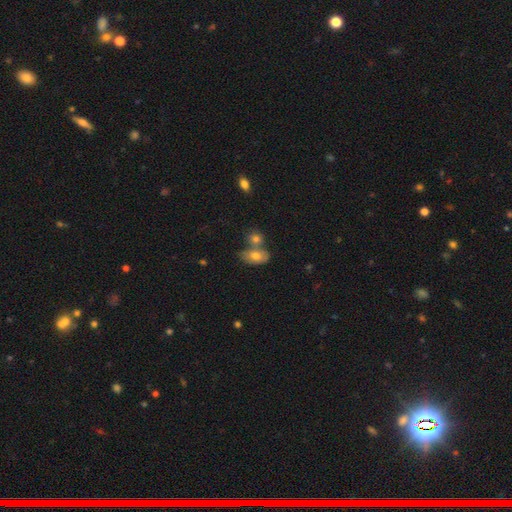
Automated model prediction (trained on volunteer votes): Smooth or featured? Predicted: smooth (p=0.72). How rounded? Predicted: in between (p=0.87). Merging? Predicted: none (p=0.42).